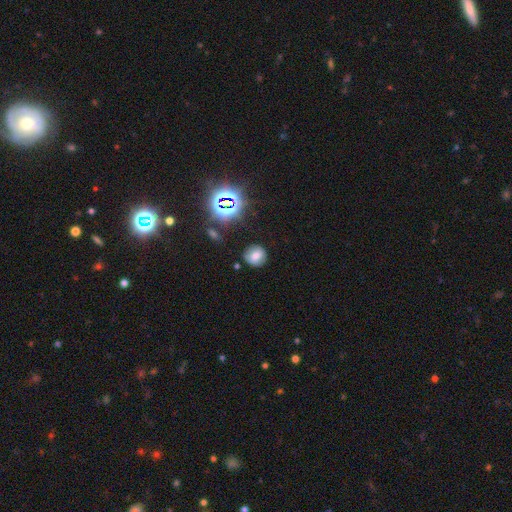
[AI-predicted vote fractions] Smooth or featured?
  - smooth: 65% *
  - featured or disk: 18%
  - star or artifact: 17%
How rounded?
  - round: 86% *
  - in between: 13%
  - cigar-shaped: 1%
Merging?
  - none: 84% *
  - minor disturbance: 11%
  - major disturbance: 3%
  - merger: 2%